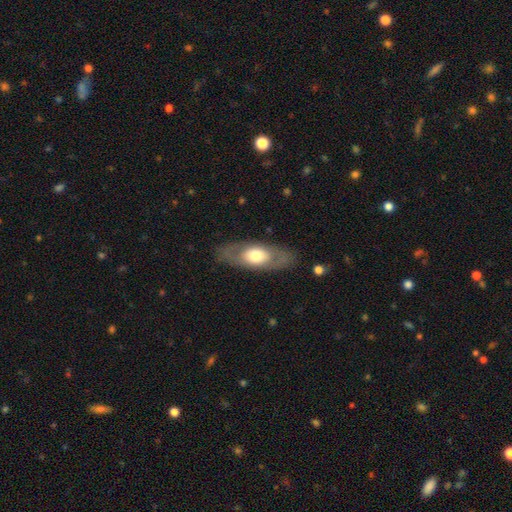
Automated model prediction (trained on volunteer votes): A smooth galaxy with no disk features (49%).

Vote fractions:
- Smooth or featured? smooth: 49% / featured or disk: 45% / star or artifact: 5%
- Merging? none: 82% / minor disturbance: 11% / major disturbance: 5% / merger: 1%